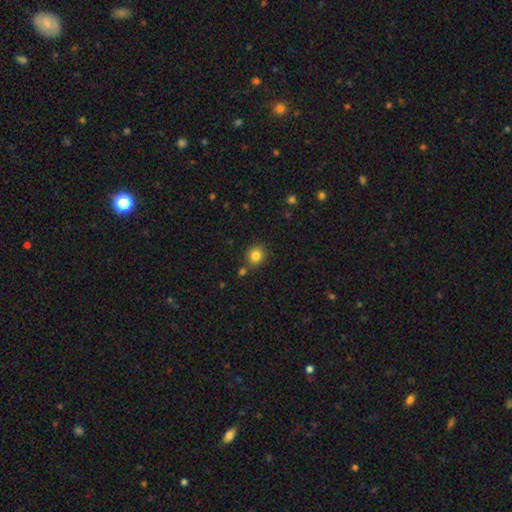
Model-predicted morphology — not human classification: This is clearly a smooth galaxy (83%). How rounded: clearly round (86%). Merging: clearly none (81%).